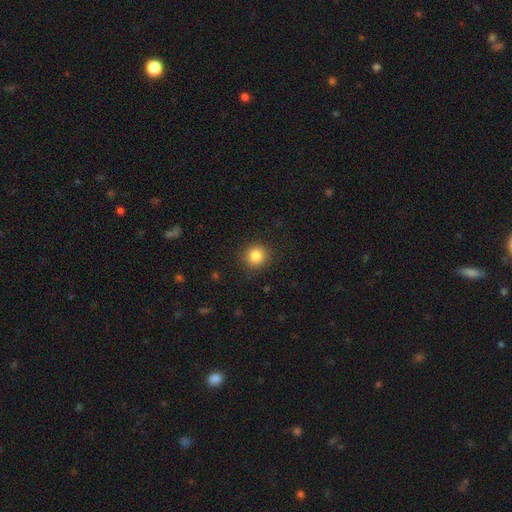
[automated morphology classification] smooth_or_featured: smooth (p=0.84) [alt: star or artifact p=0.10]
how_rounded: round (p=0.88) [alt: in between p=0.11]
merging: none (p=0.89) [alt: minor disturbance p=0.07]